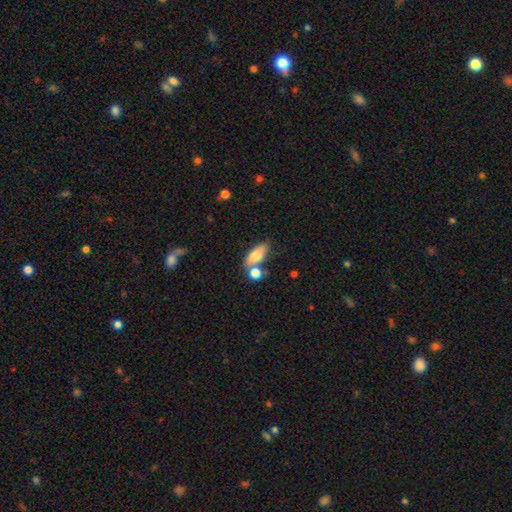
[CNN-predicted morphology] Overall: smooth (75%). How rounded: in between (79%). Merging: none (56%; merger 24%).